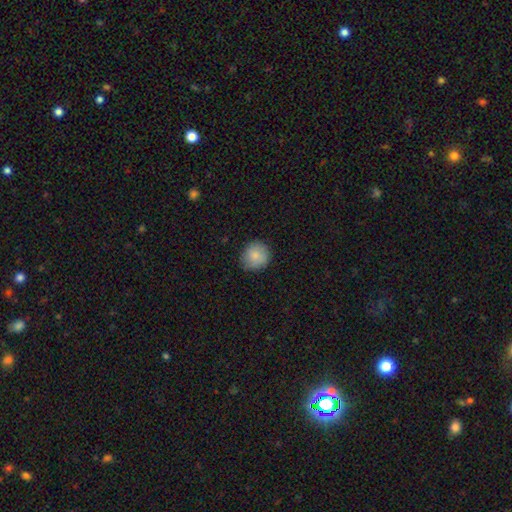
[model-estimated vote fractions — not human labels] smooth_or_featured: smooth (p=0.85) [alt: featured or disk p=0.08]
how_rounded: round (p=0.91) [alt: in between p=0.08]
merging: none (p=0.85) [alt: minor disturbance p=0.12]